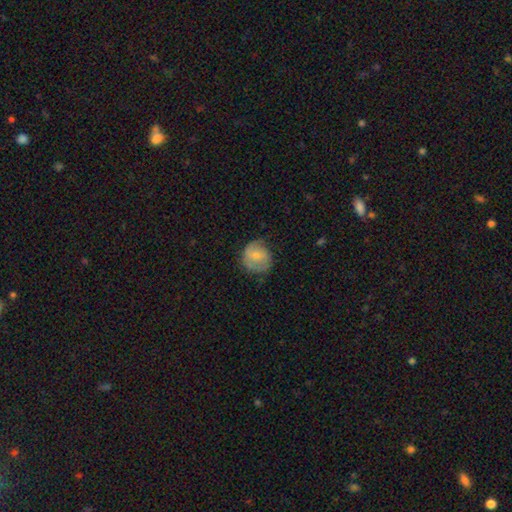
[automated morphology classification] Smooth or featured: smooth — 54% (featured or disk — 39%)
How rounded: round — 81% (in between — 18%)
Merging: none — 60% (minor disturbance — 27%)